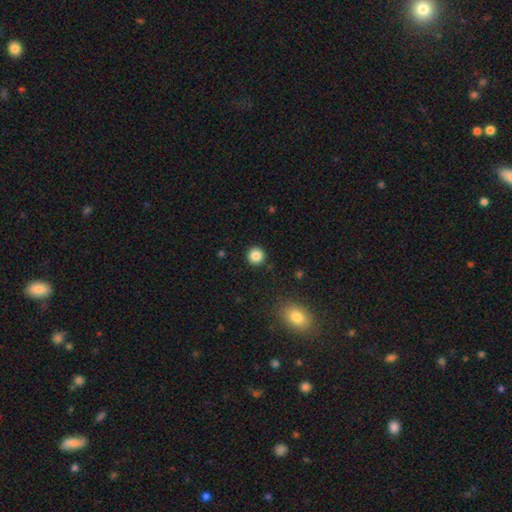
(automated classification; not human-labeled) smooth 85%, star or artifact 11%, featured or disk 4%. Down the decision tree: how rounded — round (94%); merging — none (91%).